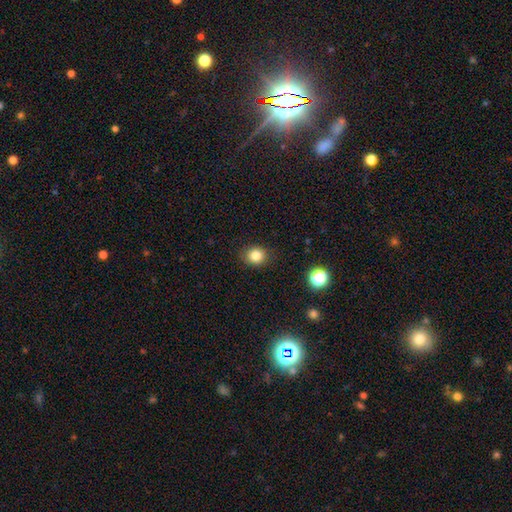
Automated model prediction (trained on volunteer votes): This appears to be a smooth galaxy with no disk features (83%) that is round (73%). Merging: none (88%).